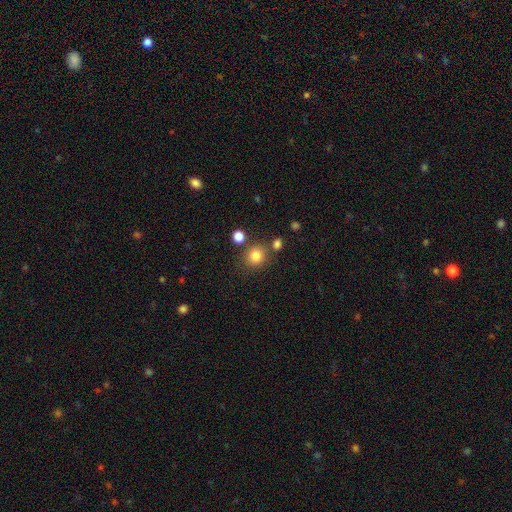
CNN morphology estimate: This appears to be a smooth galaxy with no disk features (82%) that is round (85%). Merging: none (77%).